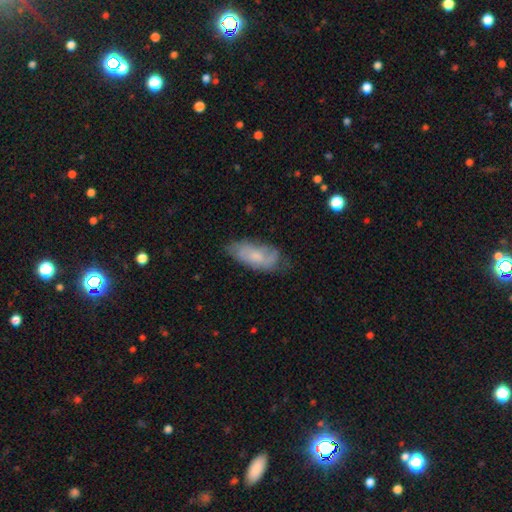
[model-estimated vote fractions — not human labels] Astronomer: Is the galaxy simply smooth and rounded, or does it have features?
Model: smooth — 54% (runner-up: featured or disk, 39%).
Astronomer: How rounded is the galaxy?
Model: in between — 86%.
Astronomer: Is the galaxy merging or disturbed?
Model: none — 59%.